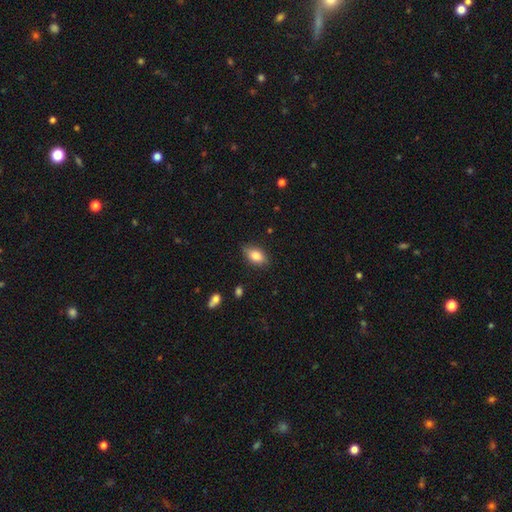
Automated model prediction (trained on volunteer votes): Smooth or featured: smooth — 80% (featured or disk — 12%)
How rounded: in between — 86% (round — 9%)
Merging: none — 80% (minor disturbance — 16%)